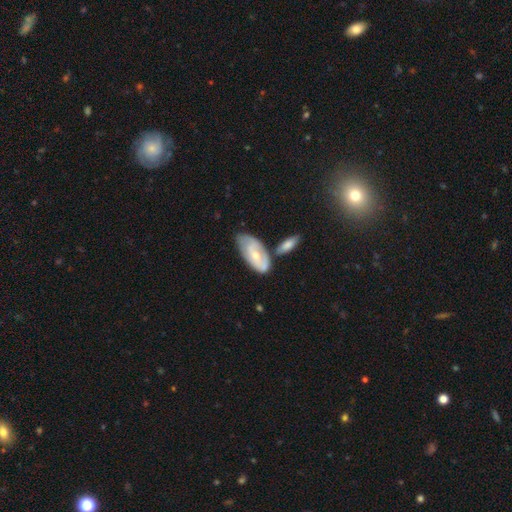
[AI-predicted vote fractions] smooth-or-featured: featured or disk: 51% | smooth: 43% | star or artifact: 6%
  disk-edge-on: no: 89% | yes: 11%
  merging: none: 46% | minor disturbance: 26% | merger: 20% | major disturbance: 8%